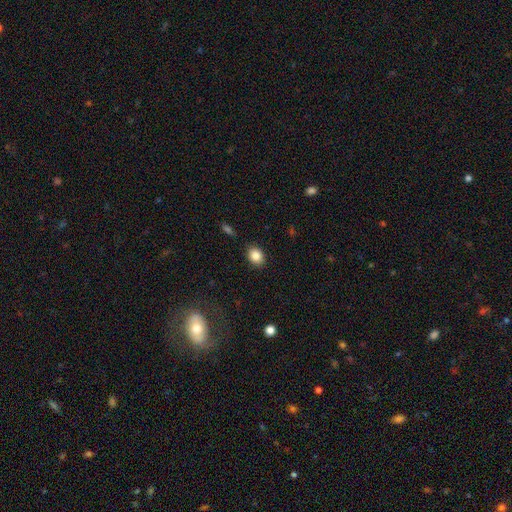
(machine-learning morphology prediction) This is clearly a smooth galaxy (86%). How rounded: possibly in between (58%). Merging: clearly none (87%).